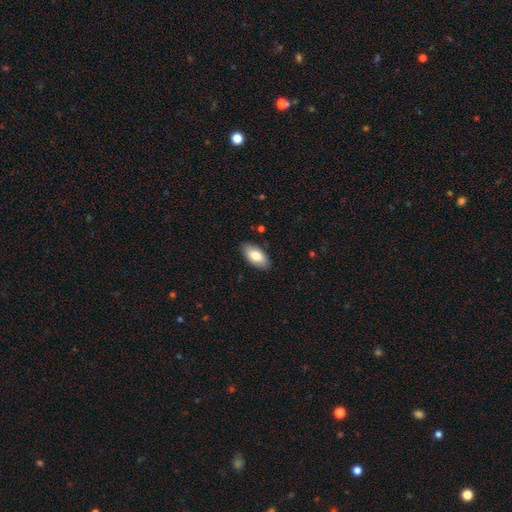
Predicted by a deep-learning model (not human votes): This appears to be a smooth galaxy with no disk features (80%) that is in between round and cigar-shaped (94%). Merging: none (87%).